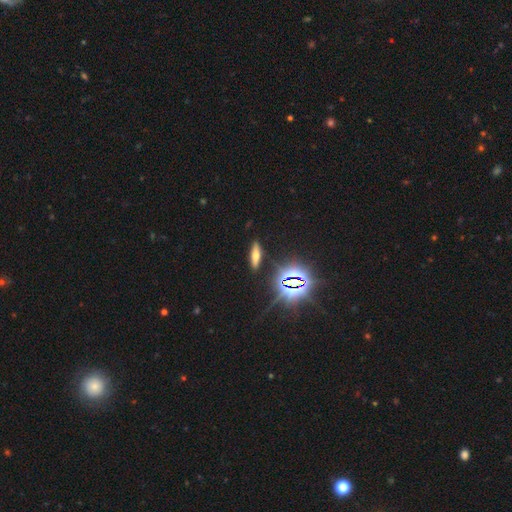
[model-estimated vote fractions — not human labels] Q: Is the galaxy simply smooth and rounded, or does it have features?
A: smooth — 45%.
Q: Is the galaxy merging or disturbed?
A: none — 88%.